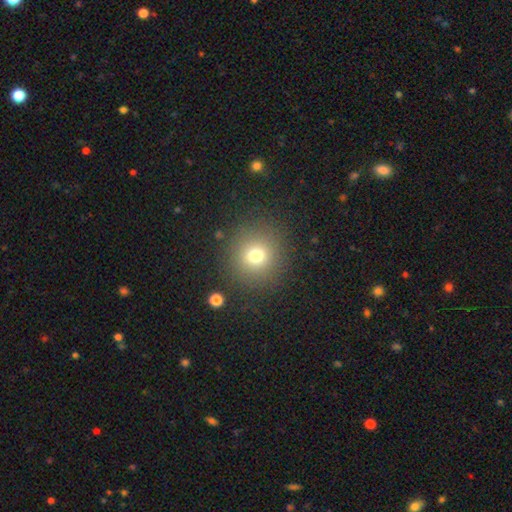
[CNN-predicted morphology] smooth_or_featured: smooth (p=0.72) [alt: star or artifact p=0.18]
how_rounded: round (p=0.92) [alt: in between p=0.07]
merging: none (p=0.87) [alt: minor disturbance p=0.07]